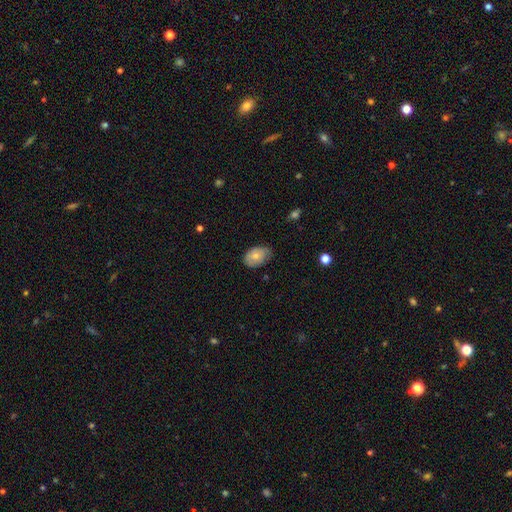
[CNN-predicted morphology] A smooth galaxy with no disk features (69%) that is in between round and cigar-shaped (86%).

Vote fractions:
- Smooth or featured? smooth: 69% / featured or disk: 24% / star or artifact: 7%
- How rounded? in between: 86% / round: 13% / cigar-shaped: 1%
- Merging? none: 66% / minor disturbance: 28% / major disturbance: 5% / merger: 1%